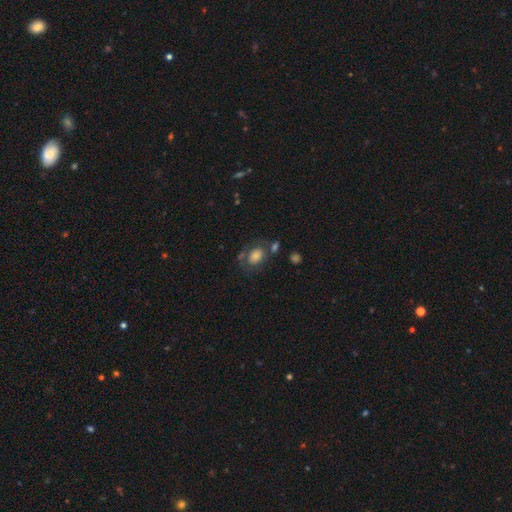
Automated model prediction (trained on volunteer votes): A smooth galaxy with no disk features (60%) that is in between round and cigar-shaped (70%).

Vote fractions:
- Smooth or featured? smooth: 60% / featured or disk: 27% / star or artifact: 13%
- How rounded? in between: 70% / round: 29% / cigar-shaped: 1%
- Merging? none: 56% / minor disturbance: 19% / major disturbance: 14% / merger: 11%